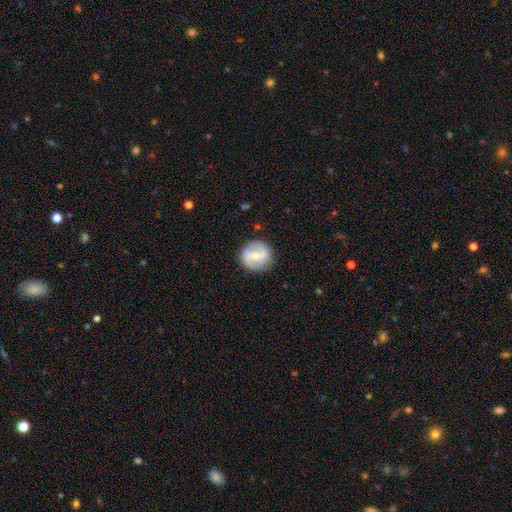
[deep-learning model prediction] Smooth or featured: featured or disk — 58% (smooth — 36%)
Edge-on disk: no — 96% (yes — 4%)
Bar: weak — 43% (strong — 33%)
Spiral arms: yes — 73% (no — 27%)
Bulge size: moderate — 49% (small — 45%)
Merging: none — 85% (minor disturbance — 11%)